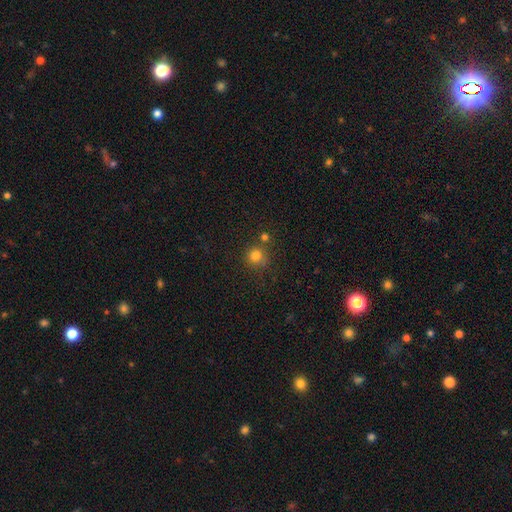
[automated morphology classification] type=smooth (79%); roundness=round (91%); merging=none (69%).